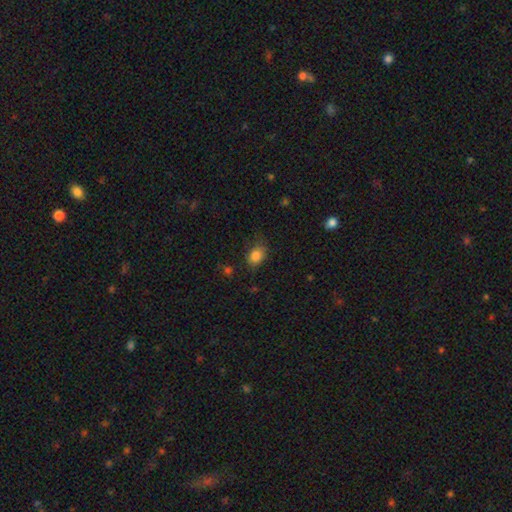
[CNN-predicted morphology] This is clearly a smooth galaxy (84%). How rounded: likely in between (68%). Merging: likely none (69%).